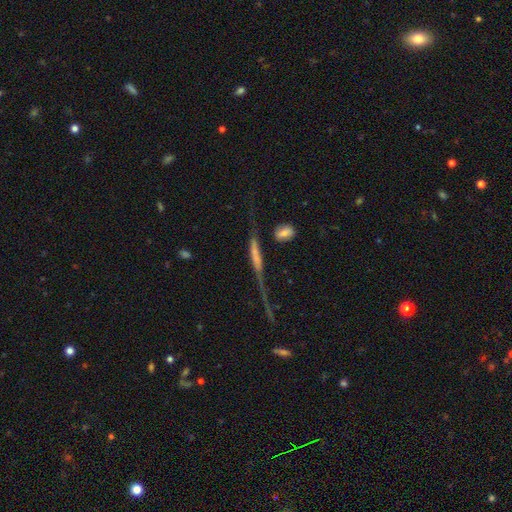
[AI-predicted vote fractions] Smooth or featured? featured or disk (58%)
Edge-on disk? yes (79%)
Merging? none (47%)